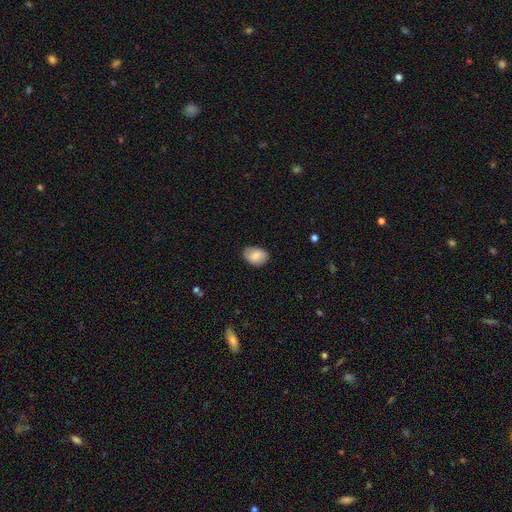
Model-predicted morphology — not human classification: Smooth or featured? Predicted: smooth (p=0.79). How rounded? Predicted: in between (p=0.79). Merging? Predicted: none (p=0.81).